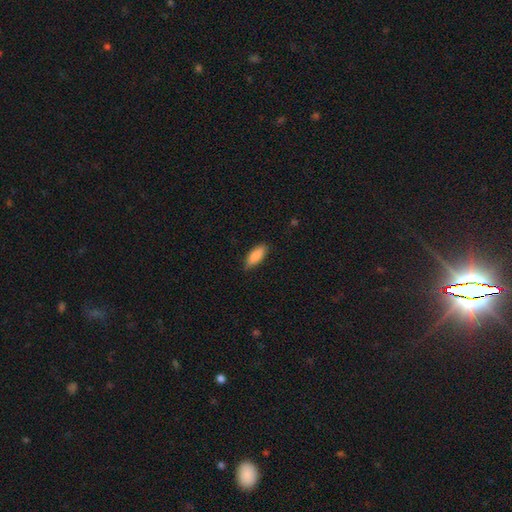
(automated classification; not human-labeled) This is clearly a smooth galaxy (85%). How rounded: likely in between (75%). Merging: clearly none (84%).